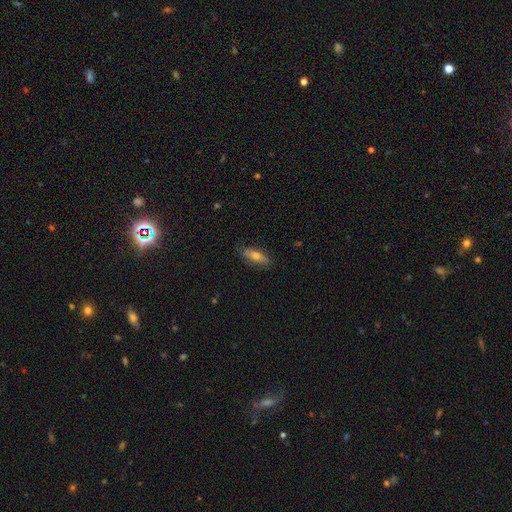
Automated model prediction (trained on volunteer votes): Smooth or featured? Predicted: smooth (p=0.54). How rounded? Predicted: in between (p=0.55). Merging? Predicted: none (p=0.80).